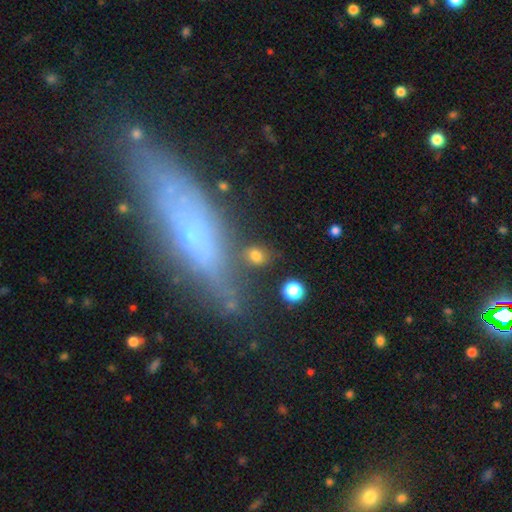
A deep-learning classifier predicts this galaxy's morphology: Overall: smooth (74%). How rounded: in between (50%; round 46%). Merging: none (73%).